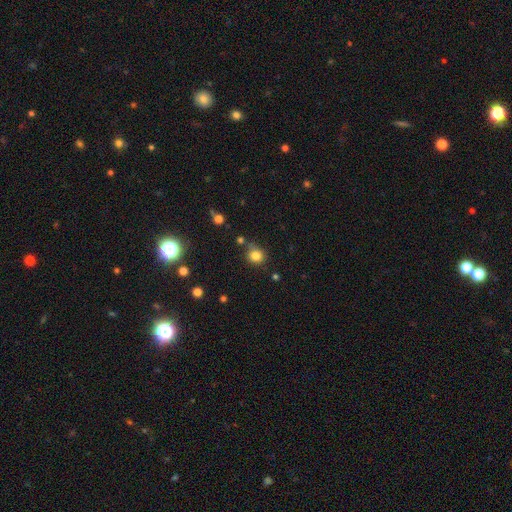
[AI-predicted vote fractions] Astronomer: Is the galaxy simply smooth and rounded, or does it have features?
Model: smooth — 81%.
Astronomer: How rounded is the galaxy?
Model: round — 85%.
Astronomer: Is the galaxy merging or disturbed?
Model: none — 70%.